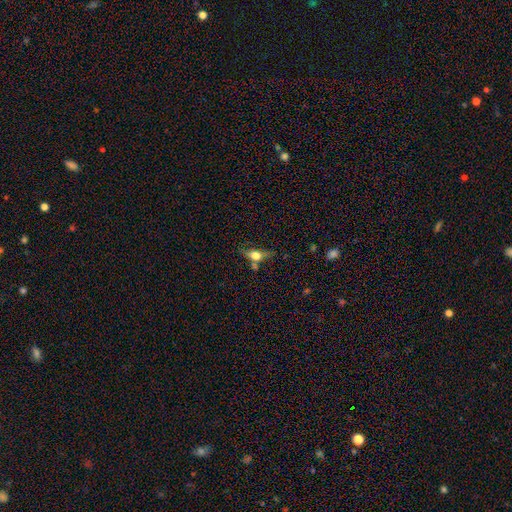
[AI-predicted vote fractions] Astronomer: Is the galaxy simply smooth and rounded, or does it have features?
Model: smooth — 52% (runner-up: featured or disk, 37%).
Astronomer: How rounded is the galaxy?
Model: in between — 59%.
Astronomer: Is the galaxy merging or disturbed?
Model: none — 51%.